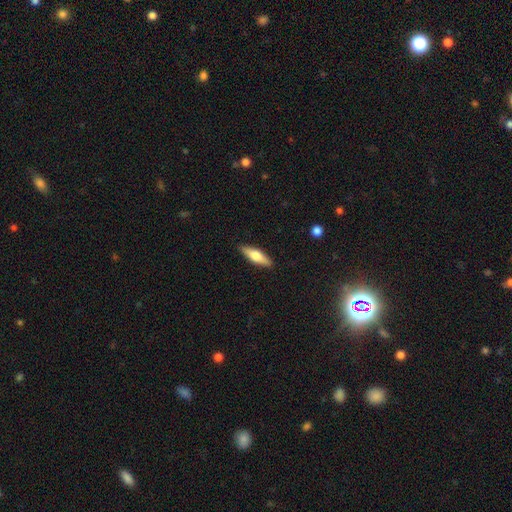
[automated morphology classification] Smooth or featured? smooth (56%)
How rounded? cigar-shaped (57%)
Merging? none (89%)